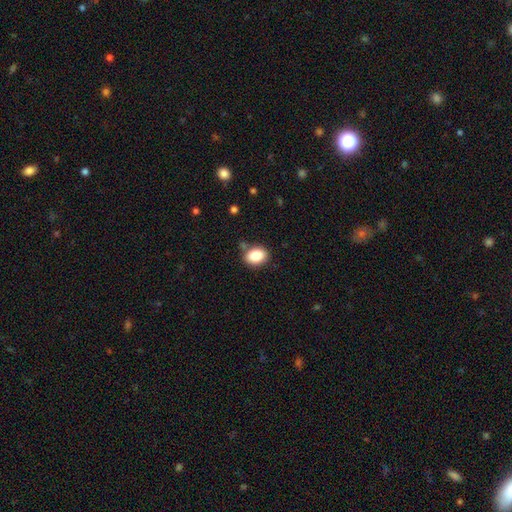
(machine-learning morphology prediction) Smooth or featured: smooth — 85% (star or artifact — 9%)
How rounded: in between — 66% (round — 33%)
Merging: none — 80% (minor disturbance — 12%)